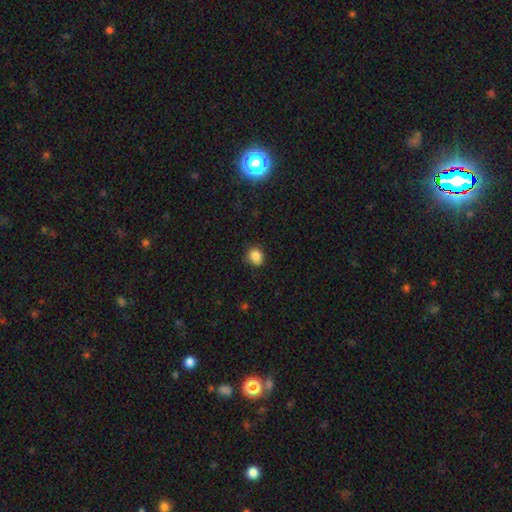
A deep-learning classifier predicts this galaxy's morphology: Smooth or featured? smooth (85%)
How rounded? round (65%)
Merging? none (80%)